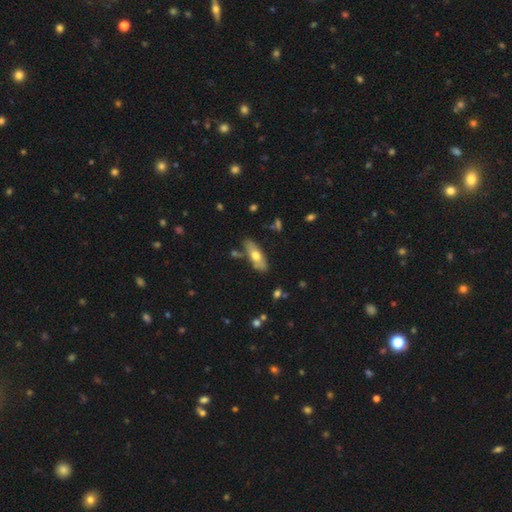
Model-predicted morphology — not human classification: smooth_or_featured: smooth (p=0.57) [alt: featured or disk p=0.37]
how_rounded: in between (p=0.69) [alt: cigar-shaped p=0.28]
merging: none (p=0.77) [alt: minor disturbance p=0.15]